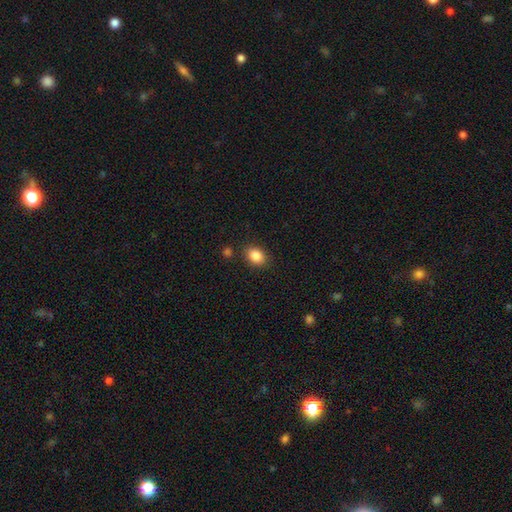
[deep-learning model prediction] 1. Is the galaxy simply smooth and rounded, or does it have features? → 87% smooth, 9% star or artifact, 4% featured or disk.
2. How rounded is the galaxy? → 72% in between, 27% round, 1% cigar-shaped.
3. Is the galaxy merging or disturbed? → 84% none, 10% minor disturbance, 3% merger, 3% major disturbance.